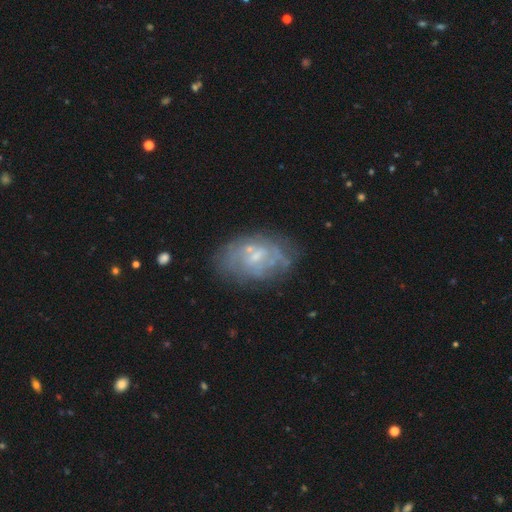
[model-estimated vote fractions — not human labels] smooth_or_featured: featured or disk (p=0.65) [alt: smooth p=0.26]
disk_edge_on: no (p=0.96) [alt: yes p=0.04]
bar: no (p=0.52) [alt: weak p=0.40]
has_spiral_arms: no (p=0.50) [tied with: yes p=0.50]
bulge_size: small (p=0.56) [alt: moderate p=0.26]
merging: none (p=0.61) [alt: minor disturbance p=0.23]